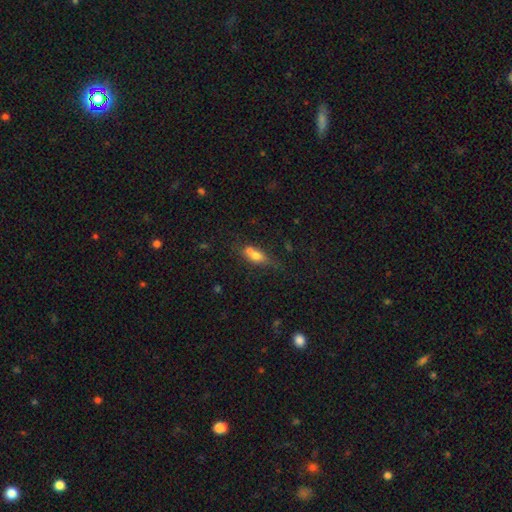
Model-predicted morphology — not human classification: Overall: smooth (67%). How rounded: in between (68%). Merging: merger (45%; none 36%).